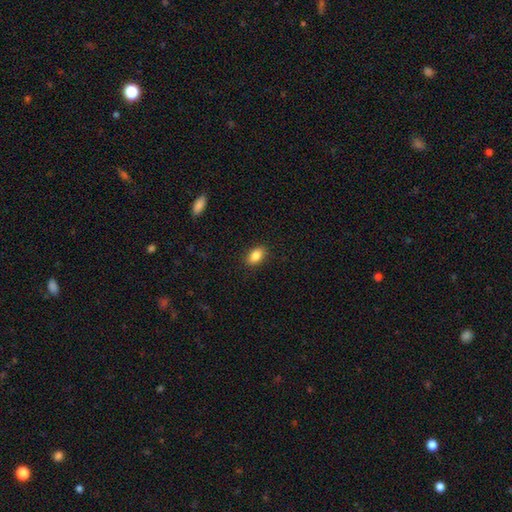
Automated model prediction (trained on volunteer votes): Overall: smooth (86%). How rounded: in between (87%). Merging: none (89%).